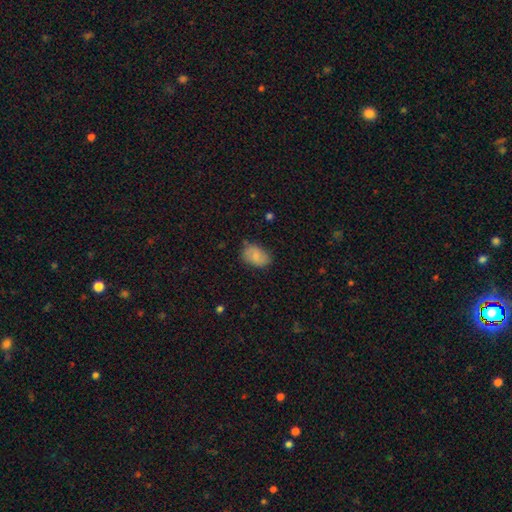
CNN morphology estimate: smooth_or_featured: smooth (p=0.83) [alt: featured or disk p=0.10]
how_rounded: in between (p=0.87) [alt: round p=0.12]
merging: none (p=0.73) [alt: minor disturbance p=0.21]